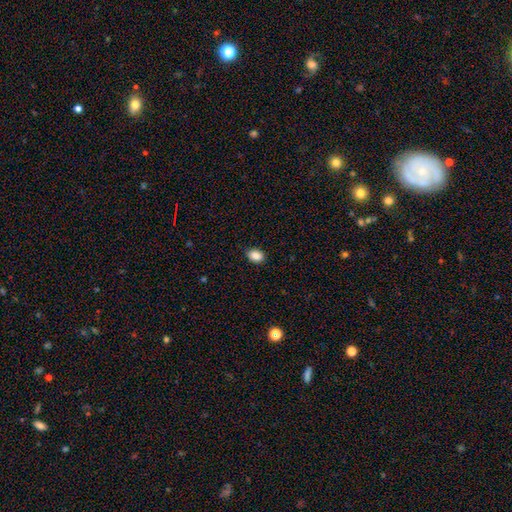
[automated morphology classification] Overall: smooth (88%). How rounded: in between (72%). Merging: none (86%).